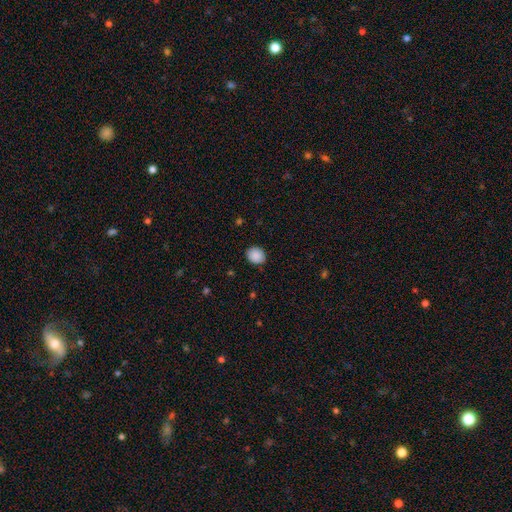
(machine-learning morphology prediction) smooth 89%, star or artifact 8%, featured or disk 3%. Down the decision tree: how rounded — round (67%); merging — none (86%).